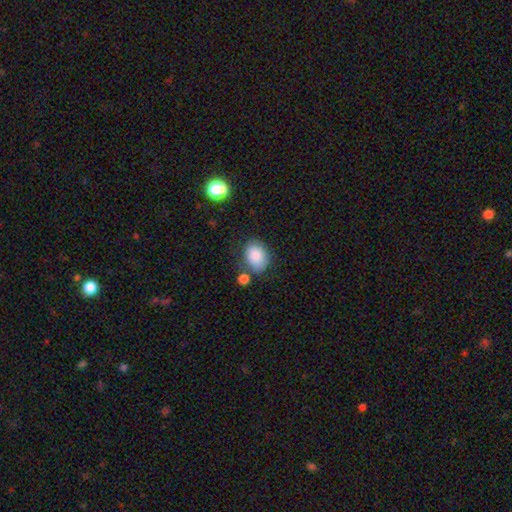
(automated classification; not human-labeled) smooth_or_featured: smooth (p=0.86) [alt: star or artifact p=0.08]
how_rounded: in between (p=0.73) [alt: round p=0.26]
merging: none (p=0.69) [alt: minor disturbance p=0.18]